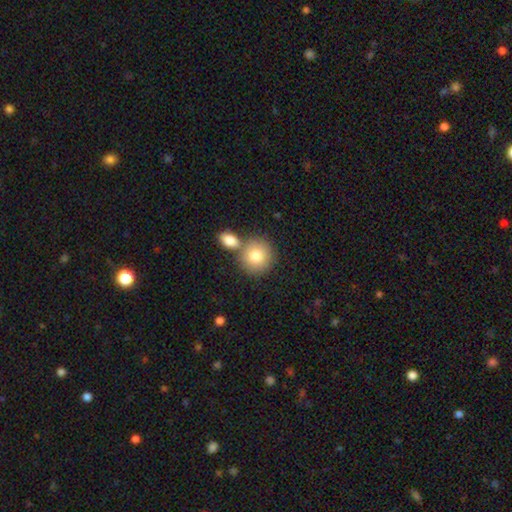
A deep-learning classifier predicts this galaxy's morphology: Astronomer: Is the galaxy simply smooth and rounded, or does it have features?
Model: smooth — 80%.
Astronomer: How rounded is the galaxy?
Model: round — 86%.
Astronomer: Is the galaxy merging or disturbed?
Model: none — 58%.